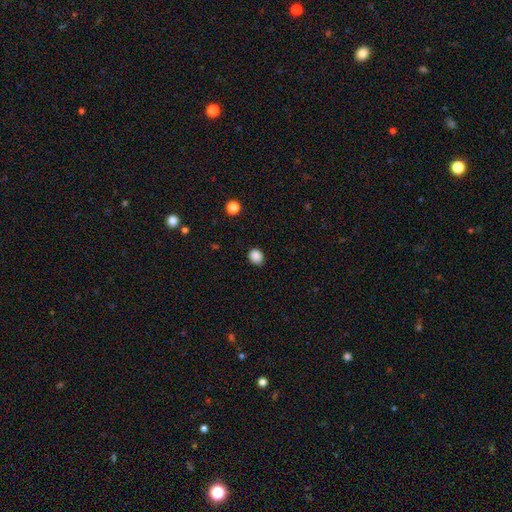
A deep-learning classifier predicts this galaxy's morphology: Smooth or featured: smooth — 87% (star or artifact — 10%)
How rounded: round — 65% (in between — 34%)
Merging: none — 86% (minor disturbance — 11%)